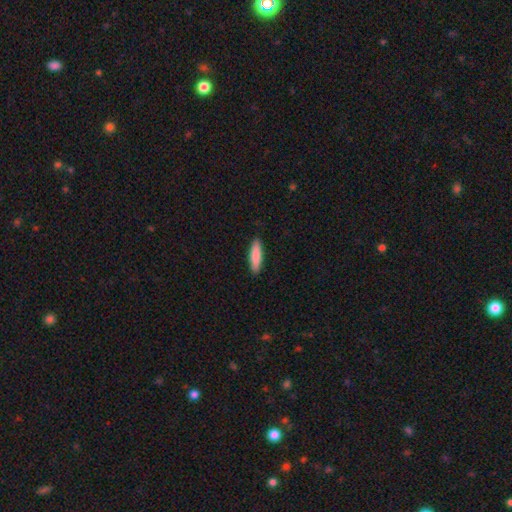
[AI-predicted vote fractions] This appears to be a smooth galaxy with no disk features (85%) that is cigar-shaped (71%). Merging: none (90%).